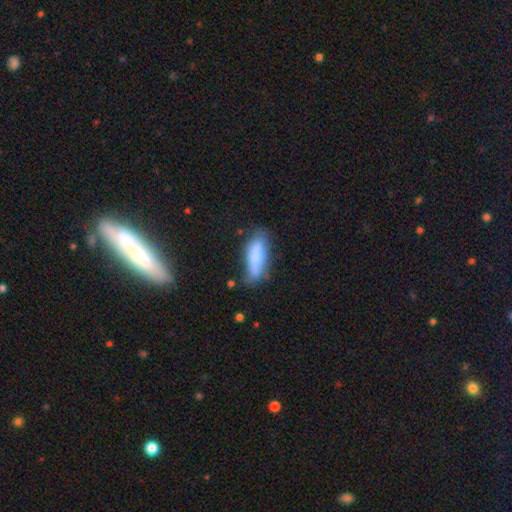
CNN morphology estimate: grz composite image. It shows a smooth galaxy with no disk features (74%) that is in between round and cigar-shaped (58%). Merging: none (54%).